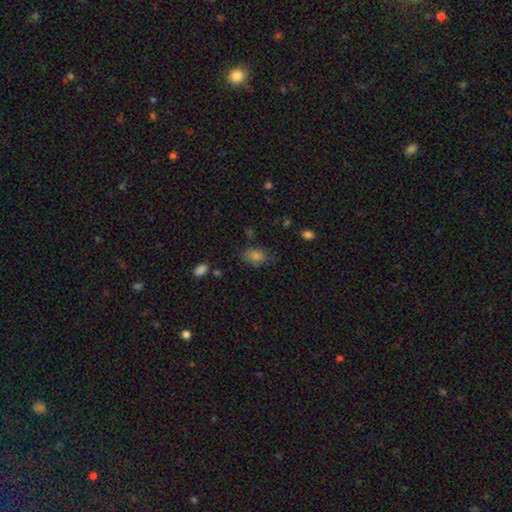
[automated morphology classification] The model was most divided on "merging": none: 73%, minor disturbance: 19%, major disturbance: 6%, merger: 3%. More confident: how rounded — in between (82%); smooth or featured — smooth (73%).